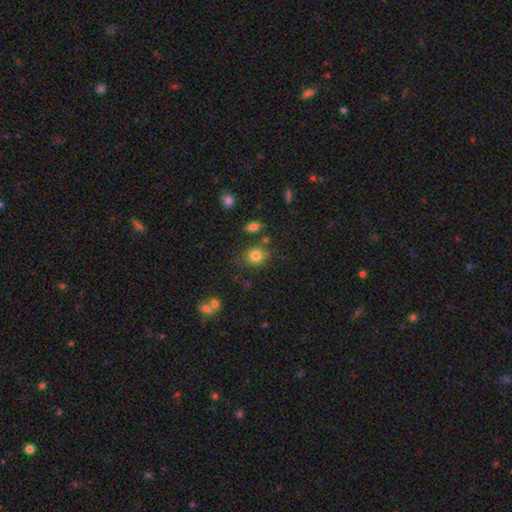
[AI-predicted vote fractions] Smooth or featured? Predicted: smooth (p=0.82). How rounded? Predicted: round (p=0.69). Merging? Predicted: none (p=0.74).